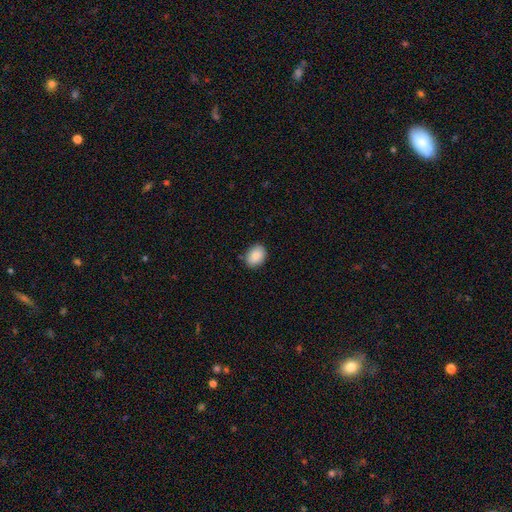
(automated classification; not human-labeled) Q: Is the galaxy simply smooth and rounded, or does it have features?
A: smooth — 87%.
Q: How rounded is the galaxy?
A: in between — 69%.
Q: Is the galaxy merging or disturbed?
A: none — 86%.